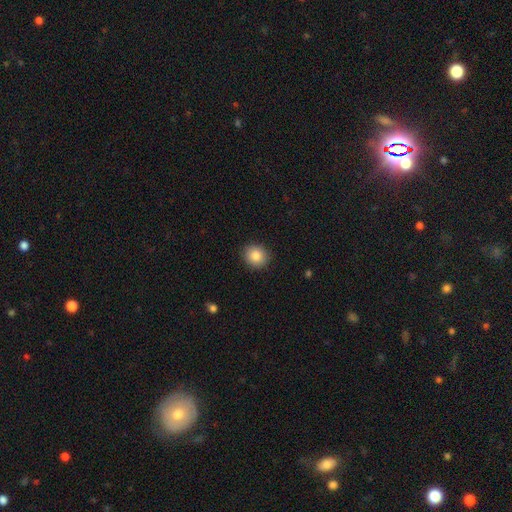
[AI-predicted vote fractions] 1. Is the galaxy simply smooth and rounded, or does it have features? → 85% smooth, 9% star or artifact, 6% featured or disk.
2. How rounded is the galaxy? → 82% round, 17% in between, 1% cigar-shaped.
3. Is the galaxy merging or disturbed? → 91% none, 6% minor disturbance, 2% major disturbance, 1% merger.